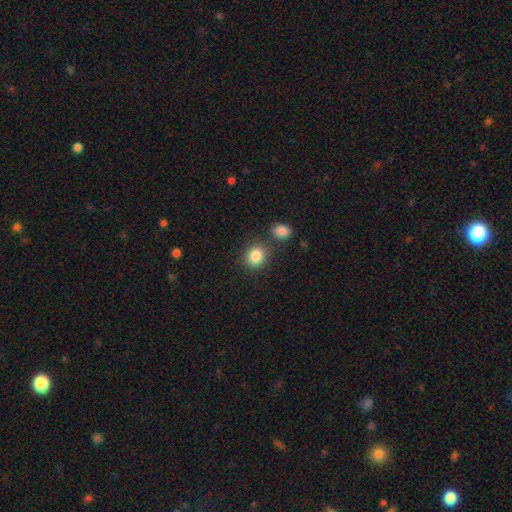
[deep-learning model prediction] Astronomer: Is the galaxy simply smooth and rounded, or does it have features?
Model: smooth — 86%.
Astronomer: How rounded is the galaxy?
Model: round — 72%.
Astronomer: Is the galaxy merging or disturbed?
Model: none — 76%.